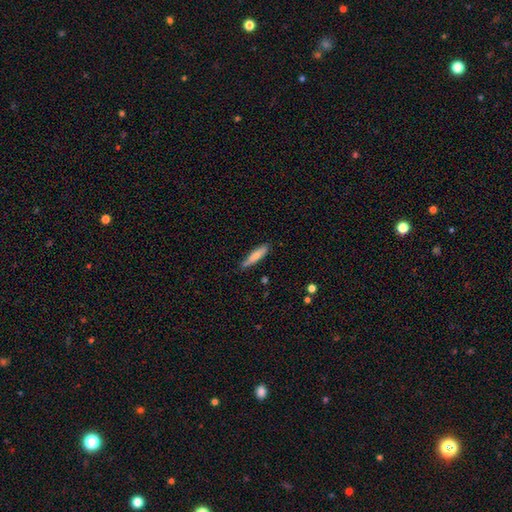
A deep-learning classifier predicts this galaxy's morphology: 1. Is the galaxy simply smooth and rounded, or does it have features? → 74% smooth, 20% featured or disk, 6% star or artifact.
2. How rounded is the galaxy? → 80% cigar-shaped, 19% in between, 1% round.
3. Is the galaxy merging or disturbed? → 79% none, 17% minor disturbance, 2% major disturbance, 2% merger.